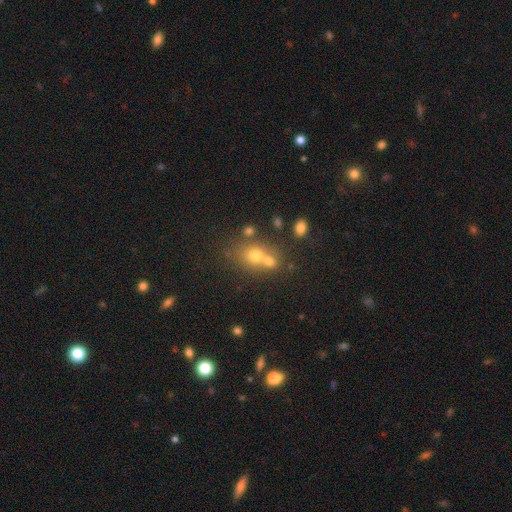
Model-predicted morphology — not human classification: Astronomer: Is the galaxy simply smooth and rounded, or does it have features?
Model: smooth — 67%.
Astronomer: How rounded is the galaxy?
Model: round — 63%.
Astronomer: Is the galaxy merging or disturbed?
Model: merger — 53% (runner-up: none, 35%).